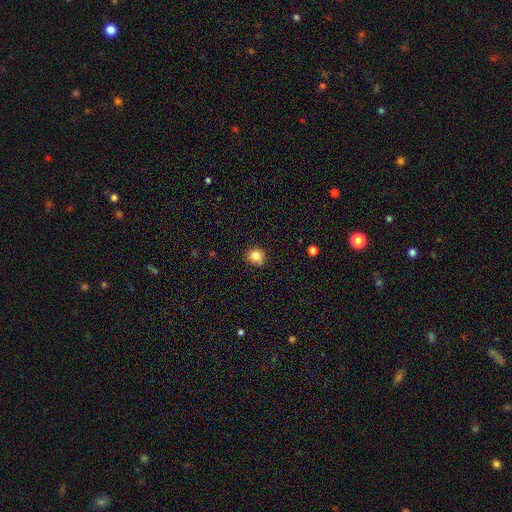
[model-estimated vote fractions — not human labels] The model was most divided on "how rounded": round: 82%, in between: 18%, cigar-shaped: 1%. More confident: smooth or featured — smooth (83%); merging — none (82%).